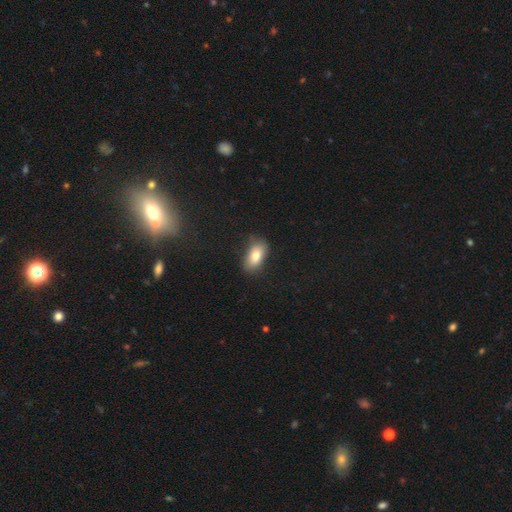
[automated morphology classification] Smooth or featured: smooth — 79% (featured or disk — 13%)
How rounded: in between — 91% (round — 6%)
Merging: none — 78% (minor disturbance — 16%)